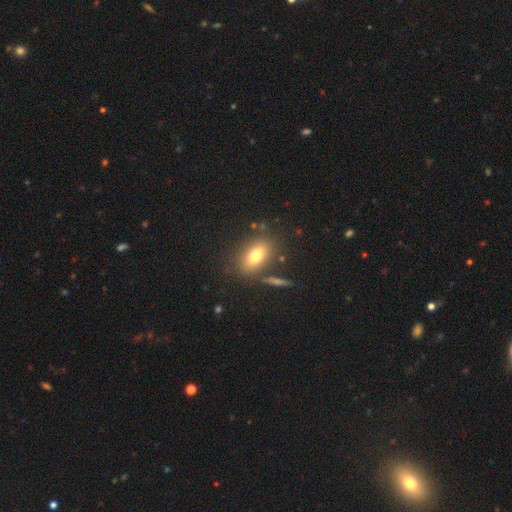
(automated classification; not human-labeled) A smooth galaxy with no disk features (76%) that is in between round and cigar-shaped (83%).

Vote fractions:
- Smooth or featured? smooth: 76% / featured or disk: 15% / star or artifact: 10%
- How rounded? in between: 83% / round: 11% / cigar-shaped: 6%
- Merging? none: 78% / minor disturbance: 11% / merger: 7% / major disturbance: 4%